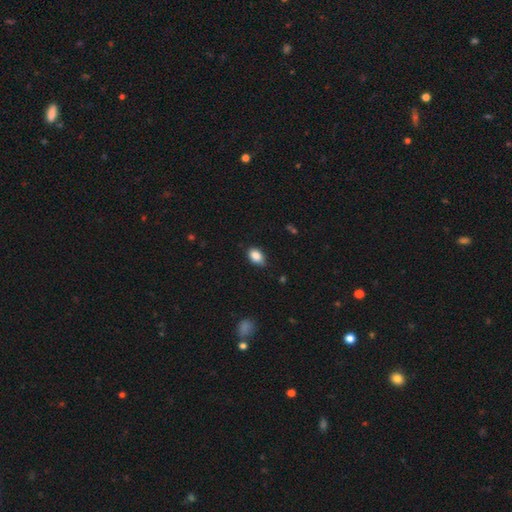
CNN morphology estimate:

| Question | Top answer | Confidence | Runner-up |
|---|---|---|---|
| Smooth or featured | smooth | 87% | star or artifact (8%) |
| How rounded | in between | 86% | round (12%) |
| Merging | none | 77% | minor disturbance (19%) |